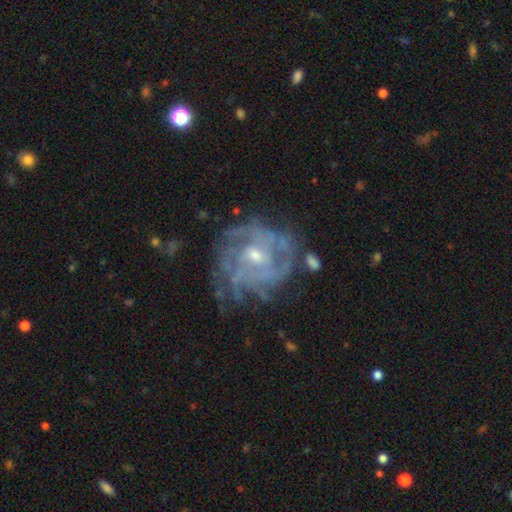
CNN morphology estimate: The model was most divided on "bulge size": small: 53%, moderate: 43%, none: 2%, large: 1%, dominant: 1%. Remaining: edge-on disk — no (97%); spiral arms — yes (90%); smooth or featured — featured or disk (85%); merging — none (63%); spiral winding — tight (61%); bar — no (53%); spiral arm count — can't tell (42%).